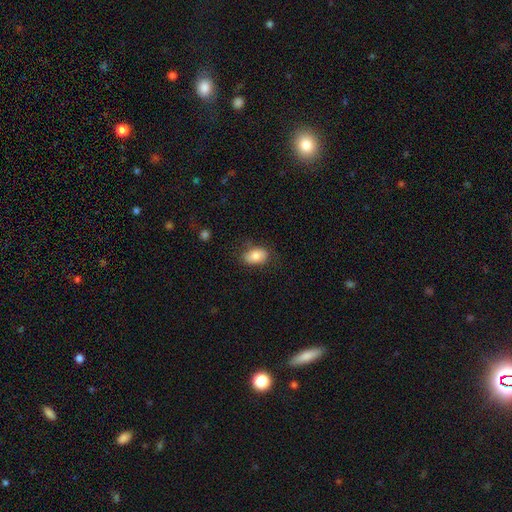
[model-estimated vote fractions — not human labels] This is clearly a smooth galaxy (81%). How rounded: clearly in between (86%). Merging: likely none (73%).